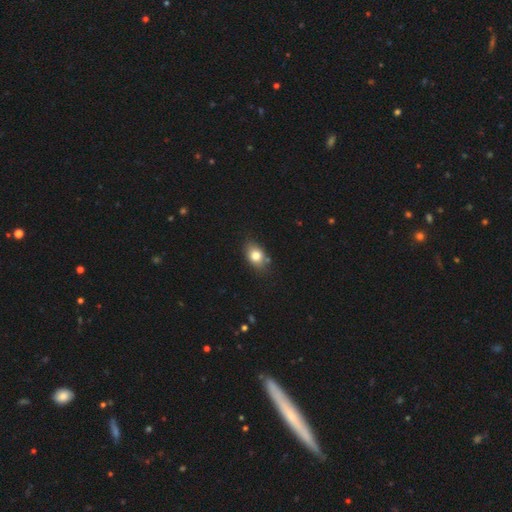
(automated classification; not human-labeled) This appears to be a smooth galaxy with no disk features (79%) that is in between round and cigar-shaped (76%). Merging: none (75%).